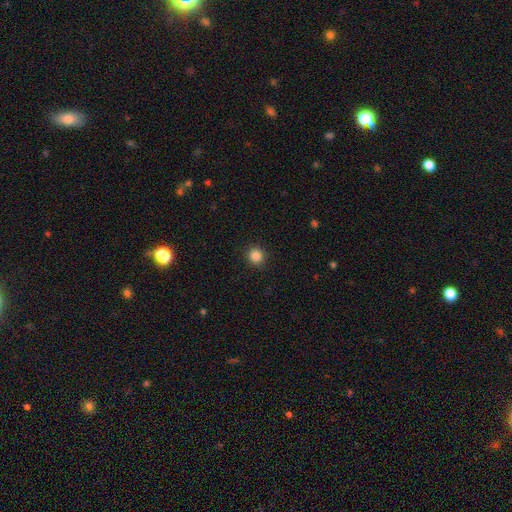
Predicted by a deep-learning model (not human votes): This appears to be a smooth galaxy with no disk features (86%) that is round (93%). Merging: none (92%).